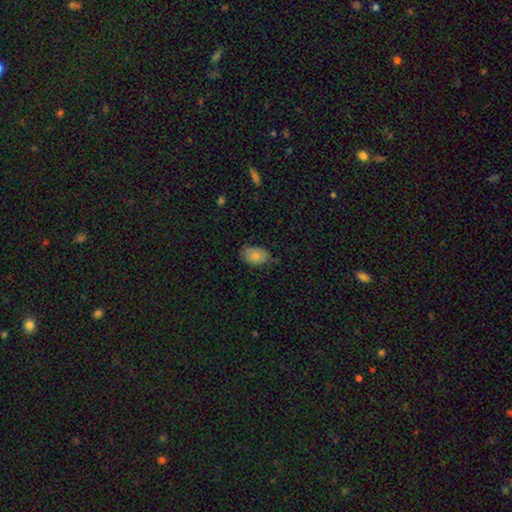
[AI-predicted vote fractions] Q: Smooth or featured?
A: smooth (79%); runner-up: featured or disk (13%)
Q: How rounded?
A: in between (87%); runner-up: round (12%)
Q: Merging?
A: none (64%); runner-up: minor disturbance (29%)